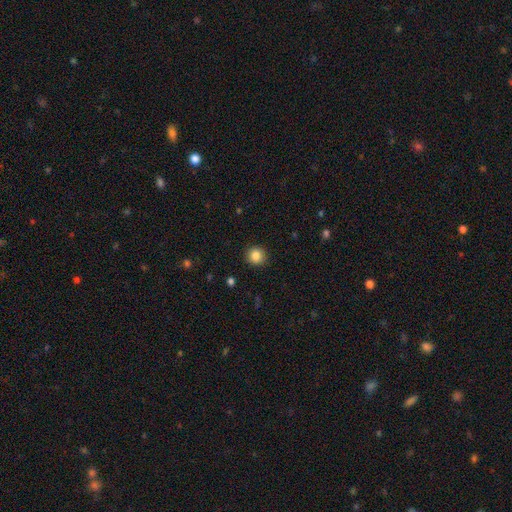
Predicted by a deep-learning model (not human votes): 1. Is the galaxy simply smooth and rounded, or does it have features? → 86% smooth, 10% star or artifact, 4% featured or disk.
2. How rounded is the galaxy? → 92% round, 7% in between, 1% cigar-shaped.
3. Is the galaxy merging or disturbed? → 91% none, 6% minor disturbance, 2% major disturbance, 1% merger.